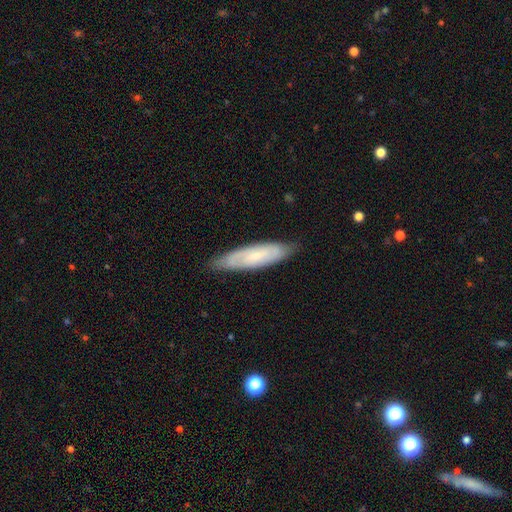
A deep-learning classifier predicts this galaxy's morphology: Q: Smooth or featured?
A: featured or disk (48%); runner-up: smooth (46%)
Q: Merging?
A: none (79%); runner-up: minor disturbance (16%)